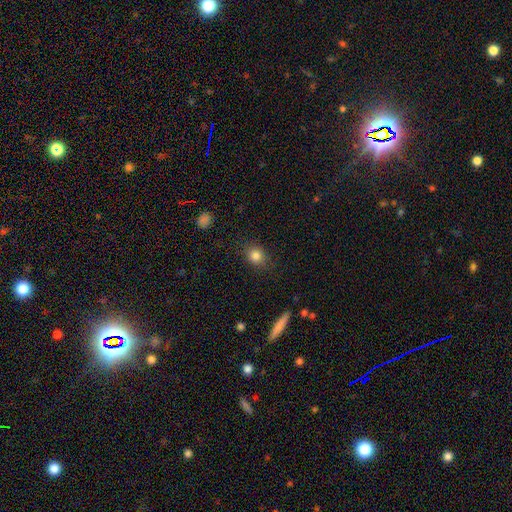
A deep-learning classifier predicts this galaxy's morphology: Smooth or featured?
  - smooth: 83% *
  - star or artifact: 11%
  - featured or disk: 6%
How rounded?
  - round: 68% *
  - in between: 31%
  - cigar-shaped: 1%
Merging?
  - none: 84% *
  - minor disturbance: 12%
  - major disturbance: 3%
  - merger: 1%